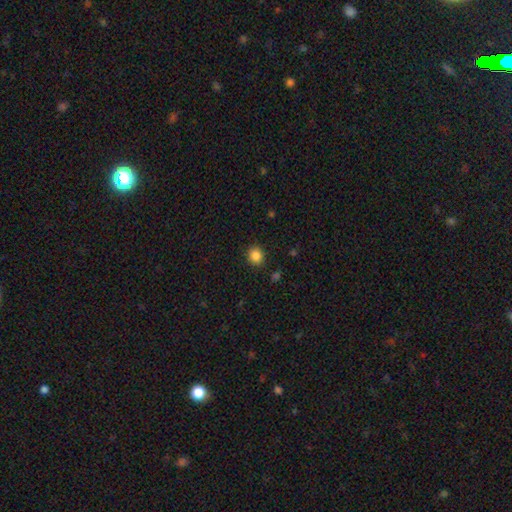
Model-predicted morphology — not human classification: Smooth or featured: smooth — 85% (star or artifact — 11%)
How rounded: round — 76% (in between — 23%)
Merging: none — 88% (minor disturbance — 8%)